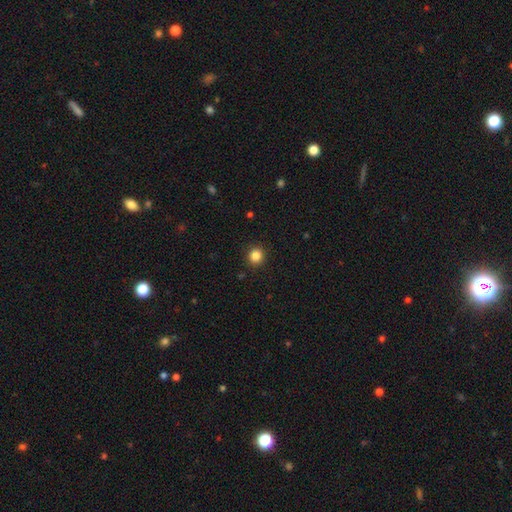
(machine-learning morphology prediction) This appears to be a smooth galaxy with no disk features (85%) that is round (89%). Merging: none (91%).